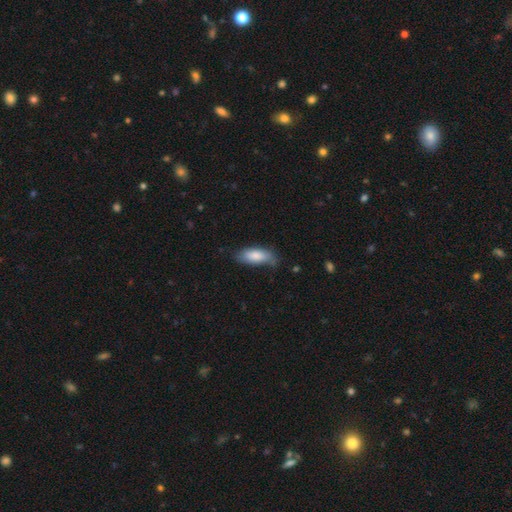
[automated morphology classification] This appears to be a smooth galaxy with no disk features (83%) that is in between round and cigar-shaped (77%). Merging: none (64%).